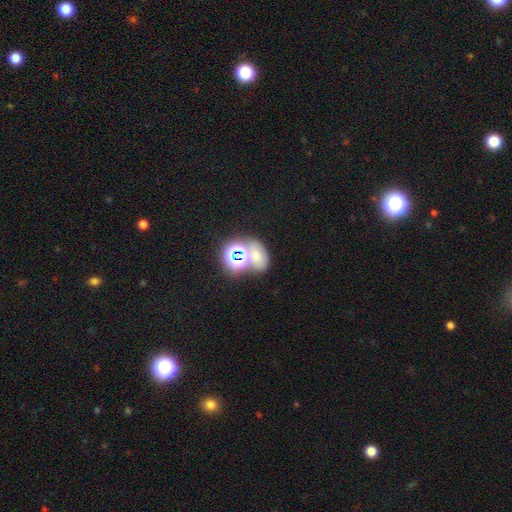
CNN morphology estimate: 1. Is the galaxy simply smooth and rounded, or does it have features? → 50% smooth, 35% star or artifact, 15% featured or disk.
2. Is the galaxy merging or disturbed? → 44% none, 34% merger, 13% minor disturbance, 9% major disturbance.